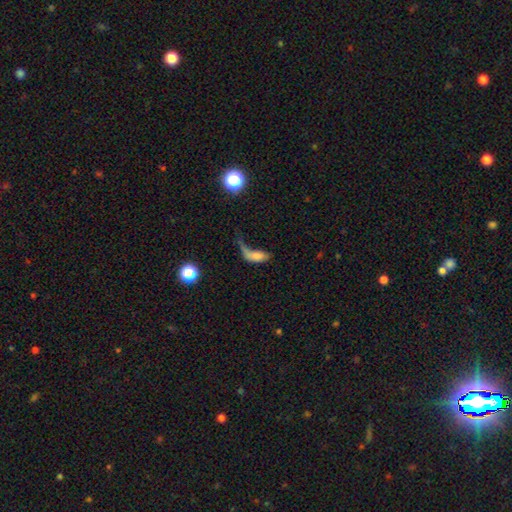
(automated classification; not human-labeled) This appears to be a smooth galaxy with no disk features (58%) that is in between round and cigar-shaped (75%). Merging: major disturbance (54%).